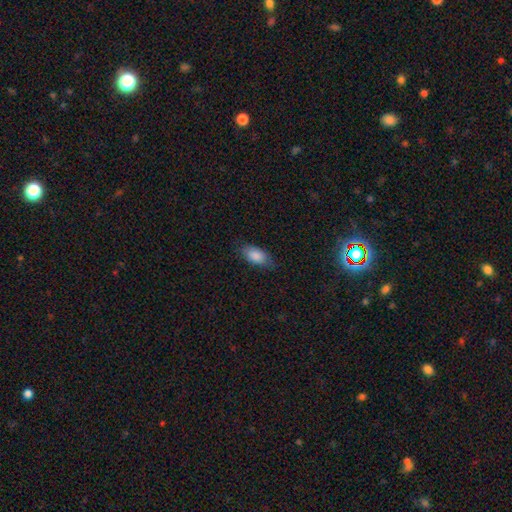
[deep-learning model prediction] Smooth or featured: smooth — 86% (featured or disk — 7%)
How rounded: in between — 90% (cigar-shaped — 6%)
Merging: none — 75% (minor disturbance — 20%)